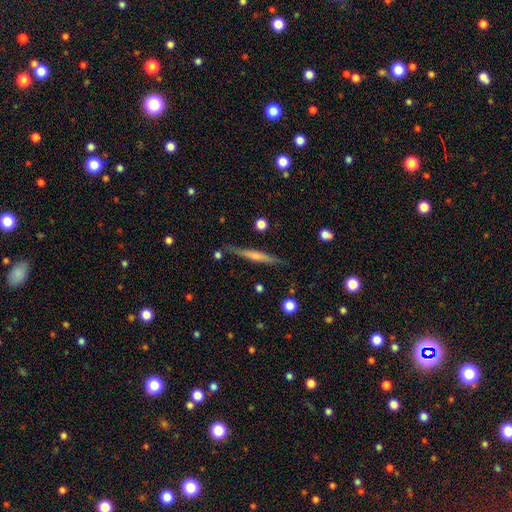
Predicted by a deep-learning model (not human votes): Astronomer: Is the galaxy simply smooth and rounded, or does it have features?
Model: featured or disk — 47% (runner-up: smooth, 46%).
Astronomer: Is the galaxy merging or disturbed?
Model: none — 81%.